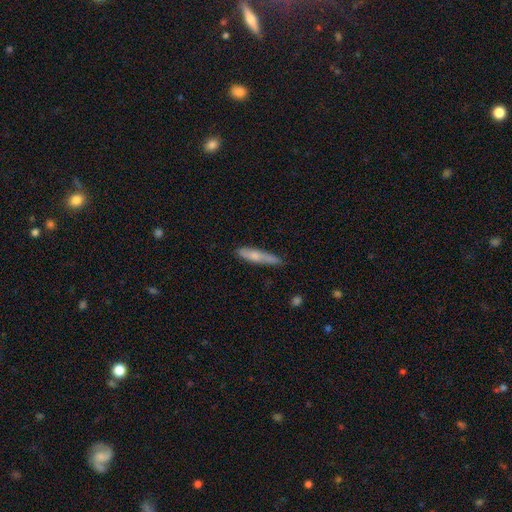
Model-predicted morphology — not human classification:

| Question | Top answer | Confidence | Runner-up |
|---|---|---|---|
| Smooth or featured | smooth | 66% | featured or disk (28%) |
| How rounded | cigar-shaped | 86% | in between (12%) |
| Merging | none | 75% | minor disturbance (20%) |